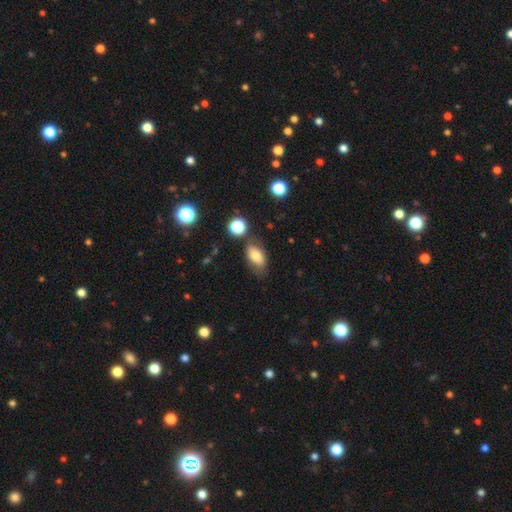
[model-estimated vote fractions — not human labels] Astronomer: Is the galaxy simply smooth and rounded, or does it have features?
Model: smooth — 74%.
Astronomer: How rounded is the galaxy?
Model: in between — 90%.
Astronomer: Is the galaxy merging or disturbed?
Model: none — 68%.